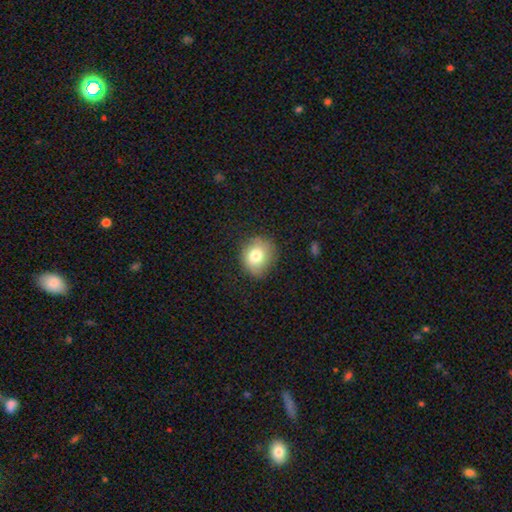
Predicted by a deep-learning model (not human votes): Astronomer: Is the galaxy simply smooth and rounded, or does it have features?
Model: smooth — 78%.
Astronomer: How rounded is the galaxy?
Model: round — 65%.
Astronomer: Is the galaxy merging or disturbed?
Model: none — 77%.